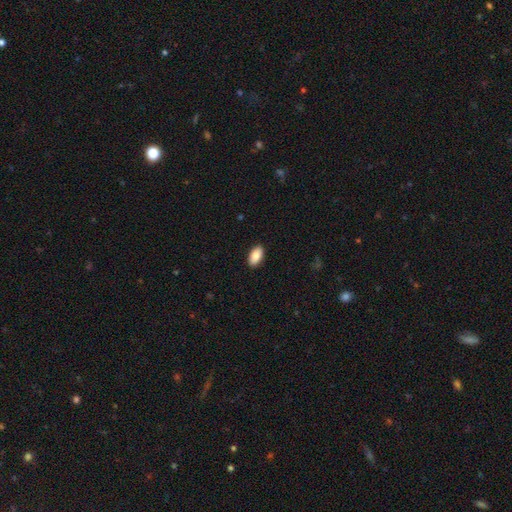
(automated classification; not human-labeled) smooth 86%, featured or disk 8%, star or artifact 6%. Down the decision tree: how rounded — in between (94%); merging — none (90%).